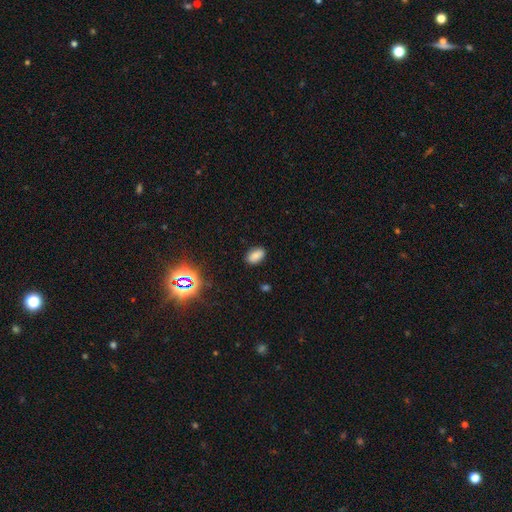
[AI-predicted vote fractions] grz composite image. It shows a smooth galaxy with no disk features (78%) that is in between round and cigar-shaped (89%). Merging: none (85%).